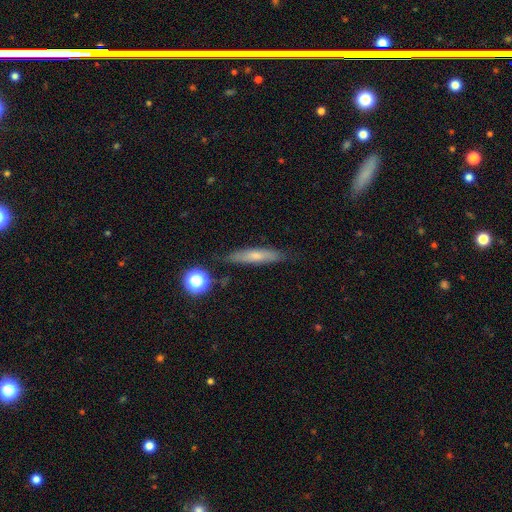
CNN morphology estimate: Smooth or featured? Predicted: smooth (p=0.60). How rounded? Predicted: cigar-shaped (p=0.84). Merging? Predicted: none (p=0.82).